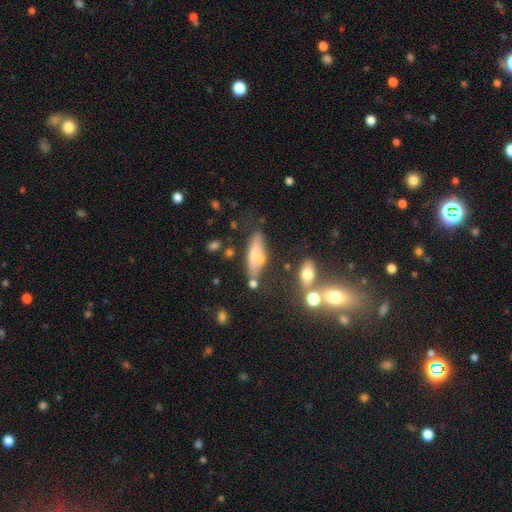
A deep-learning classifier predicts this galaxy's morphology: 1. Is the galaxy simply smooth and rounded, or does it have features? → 64% smooth, 28% featured or disk, 8% star or artifact.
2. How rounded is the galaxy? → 50% cigar-shaped, 47% in between, 3% round.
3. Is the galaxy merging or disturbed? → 58% none, 20% minor disturbance, 14% merger, 8% major disturbance.